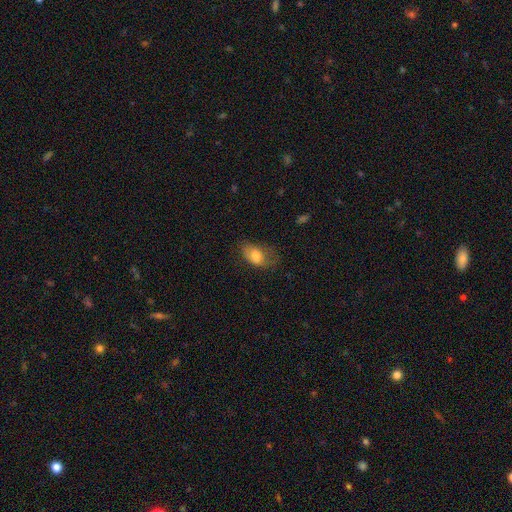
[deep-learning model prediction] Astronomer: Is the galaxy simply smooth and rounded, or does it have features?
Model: smooth — 77%.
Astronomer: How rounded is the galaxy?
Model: in between — 87%.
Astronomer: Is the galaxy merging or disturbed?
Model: none — 46% (runner-up: minor disturbance, 32%).